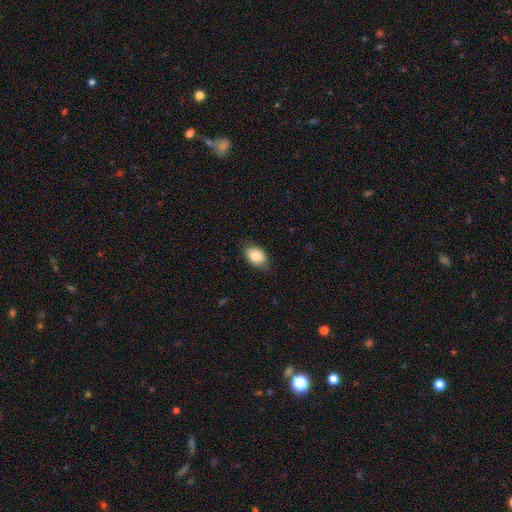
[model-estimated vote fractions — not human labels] This appears to be a smooth galaxy with no disk features (81%) that is in between round and cigar-shaped (85%). Merging: none (78%).